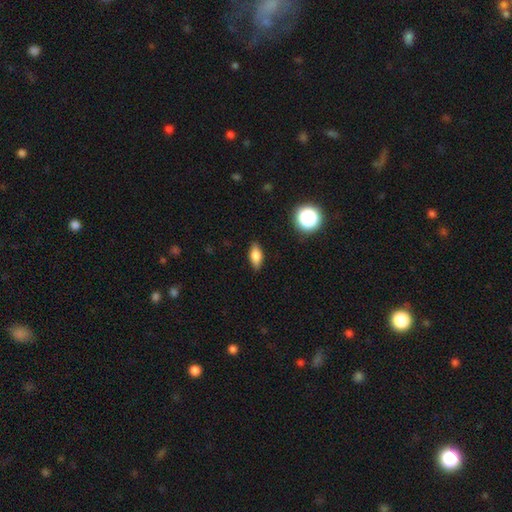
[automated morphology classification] Smooth or featured: smooth — 75% (featured or disk — 15%)
How rounded: in between — 80% (cigar-shaped — 14%)
Merging: none — 86% (minor disturbance — 10%)